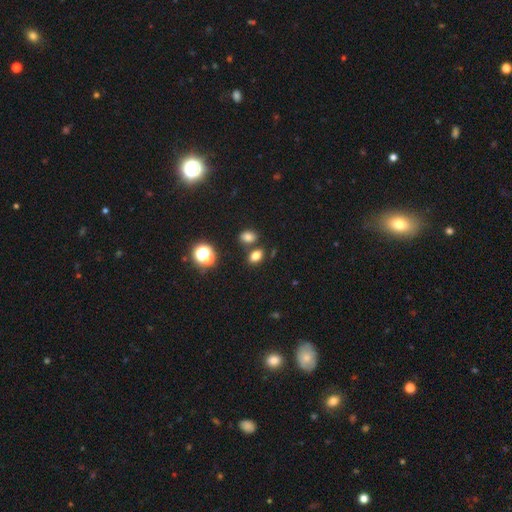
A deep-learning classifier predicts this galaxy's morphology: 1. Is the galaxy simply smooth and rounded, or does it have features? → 75% smooth, 18% star or artifact, 8% featured or disk.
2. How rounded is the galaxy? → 79% in between, 20% round, 2% cigar-shaped.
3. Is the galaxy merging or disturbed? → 70% none, 17% merger, 10% minor disturbance, 3% major disturbance.